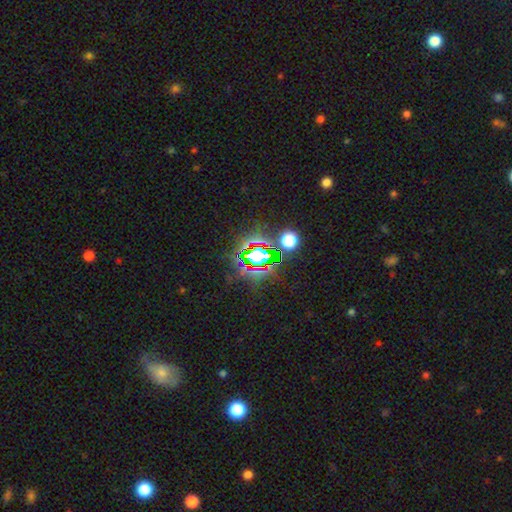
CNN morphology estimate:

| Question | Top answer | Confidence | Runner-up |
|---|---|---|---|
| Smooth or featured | star or artifact | 74% | smooth (15%) |